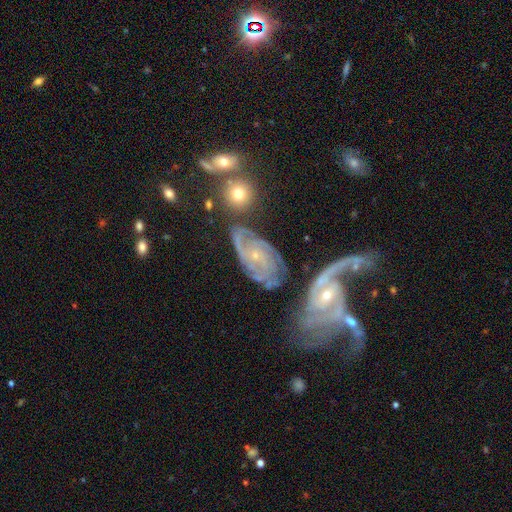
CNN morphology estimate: A featured or disk galaxy (81%) with no bar (62%), 2 (38%) tight (42%) spiral arms (94%) and a small central bulge (78%). Merging: none (42%).